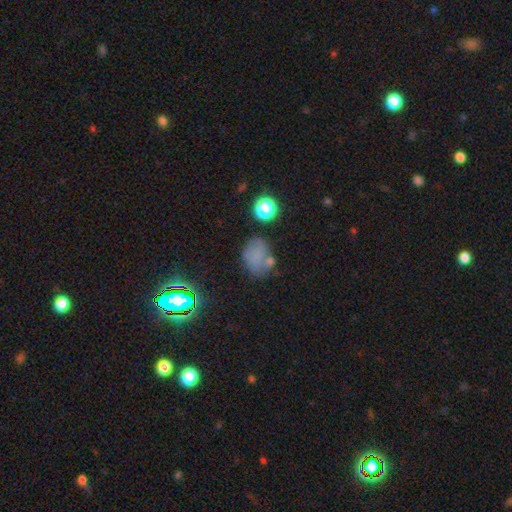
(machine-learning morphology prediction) smooth_or_featured: smooth (p=0.65) [alt: star or artifact p=0.21]
how_rounded: in between (p=0.56) [alt: round p=0.42]
merging: none (p=0.55) [alt: minor disturbance p=0.22]